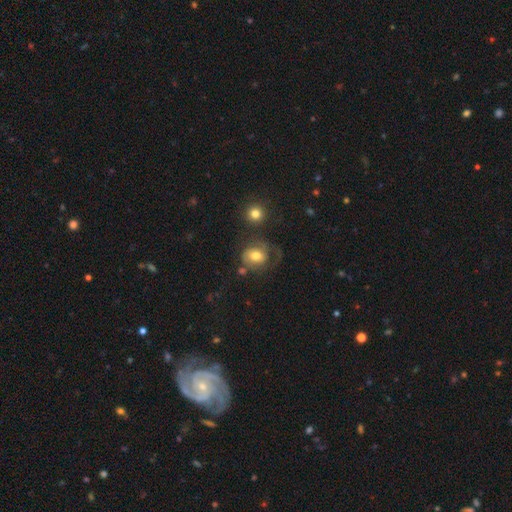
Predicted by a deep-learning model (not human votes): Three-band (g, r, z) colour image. It shows a smooth galaxy with no disk features (50%) that is round (63%). Merging: none (41%).